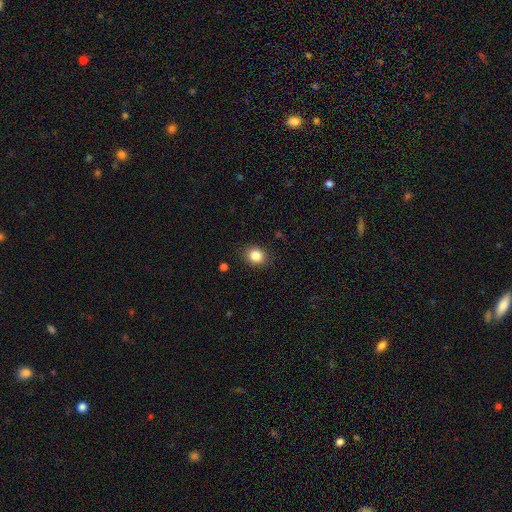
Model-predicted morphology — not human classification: The model was most divided on "how rounded": round: 63%, in between: 36%, cigar-shaped: 1%. More confident: merging — none (87%); smooth or featured — smooth (85%).